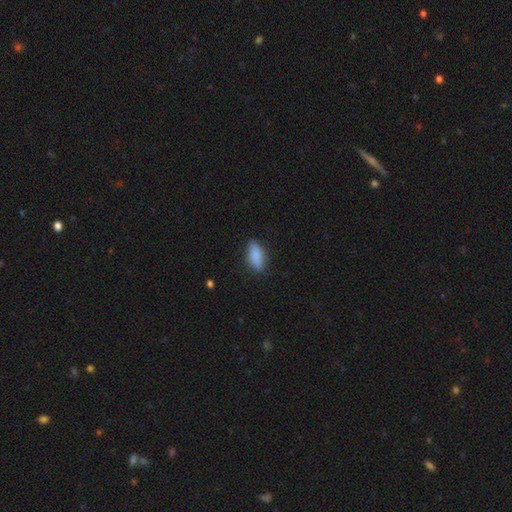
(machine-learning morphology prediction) A smooth galaxy with no disk features (88%) that is in between round and cigar-shaped (80%).

Vote fractions:
- Smooth or featured? smooth: 88% / star or artifact: 6% / featured or disk: 6%
- How rounded? in between: 80% / cigar-shaped: 17% / round: 2%
- Merging? none: 83% / minor disturbance: 13% / major disturbance: 3% / merger: 1%